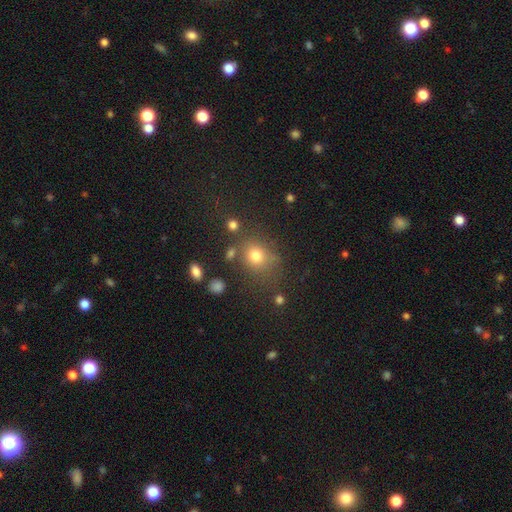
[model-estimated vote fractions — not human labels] This is likely a smooth galaxy (75%). How rounded: likely round (66%). Merging: likely none (67%).